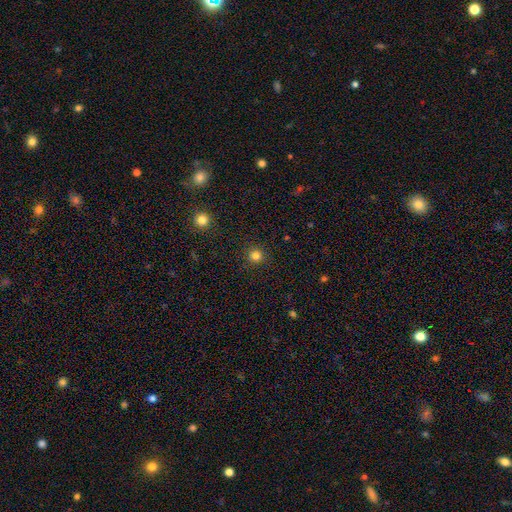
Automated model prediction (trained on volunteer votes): A smooth galaxy with no disk features (81%) that is round (94%).

Vote fractions:
- Smooth or featured? smooth: 81% / star or artifact: 15% / featured or disk: 4%
- How rounded? round: 94% / in between: 5% / cigar-shaped: 1%
- Merging? none: 91% / minor disturbance: 6% / major disturbance: 2% / merger: 1%